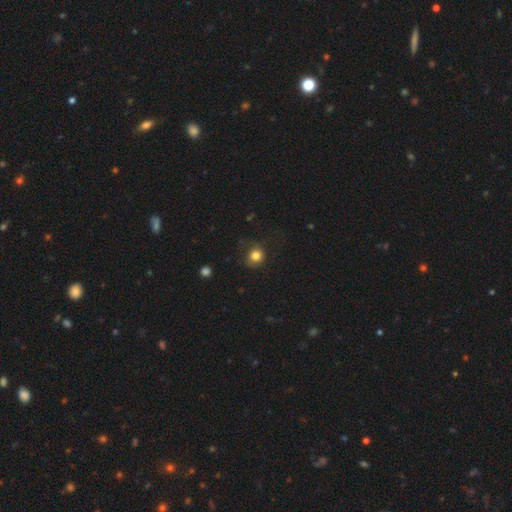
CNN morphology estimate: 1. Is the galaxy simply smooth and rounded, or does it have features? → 82% smooth, 12% star or artifact, 6% featured or disk.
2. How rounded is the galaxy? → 85% round, 14% in between, 1% cigar-shaped.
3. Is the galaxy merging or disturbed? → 76% none, 17% minor disturbance, 6% major disturbance, 1% merger.